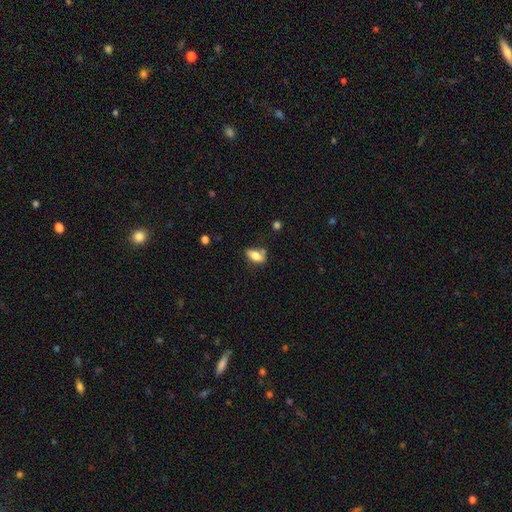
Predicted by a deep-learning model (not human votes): Smooth or featured?
  - smooth: 72% *
  - featured or disk: 20%
  - star or artifact: 8%
How rounded?
  - in between: 84% *
  - cigar-shaped: 10%
  - round: 5%
Merging?
  - none: 60% *
  - minor disturbance: 22%
  - merger: 12%
  - major disturbance: 7%